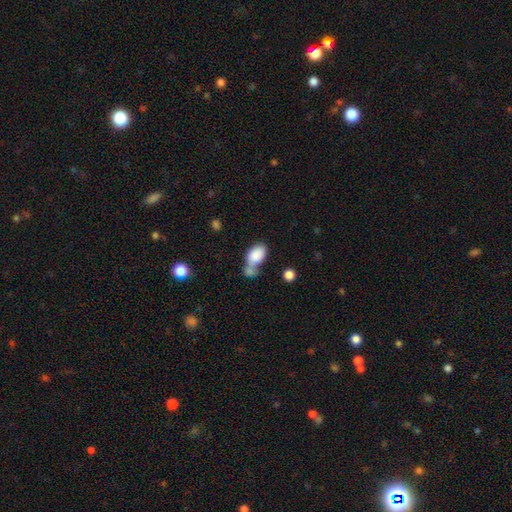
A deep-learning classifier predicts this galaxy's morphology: Overall: smooth (84%). How rounded: in between (89%). Merging: merger (49%; none 28%).